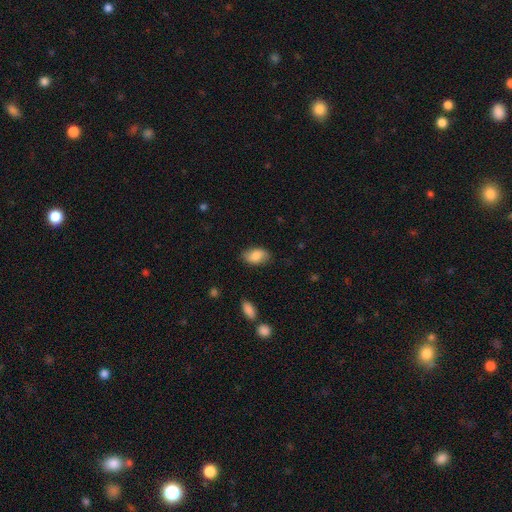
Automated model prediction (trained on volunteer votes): A smooth galaxy with no disk features (82%) that is in between round and cigar-shaped (91%). Merging: none (80%).